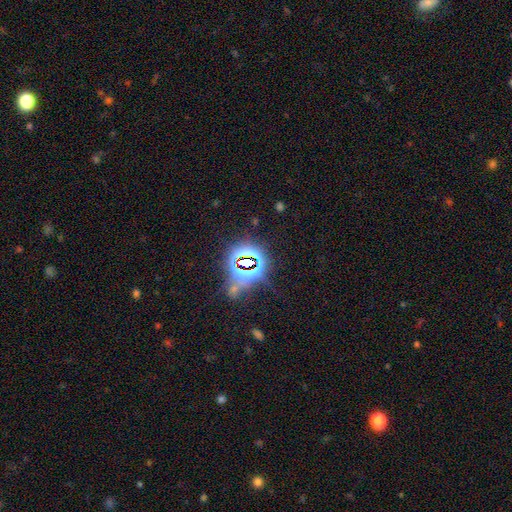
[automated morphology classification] Overall: star or artifact (80%).